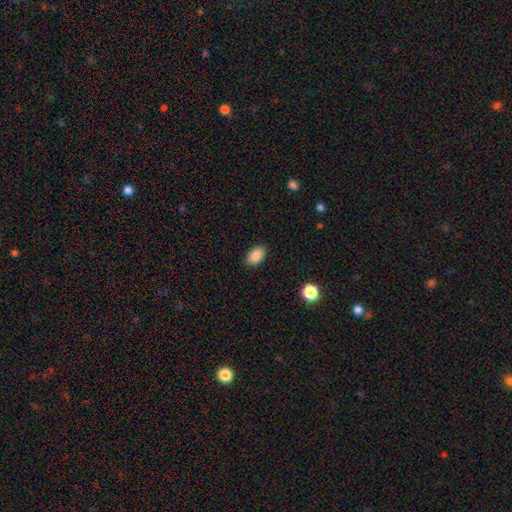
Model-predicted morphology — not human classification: Q: Smooth or featured?
A: smooth (87%); runner-up: star or artifact (8%)
Q: How rounded?
A: in between (87%); runner-up: round (12%)
Q: Merging?
A: none (88%); runner-up: minor disturbance (9%)